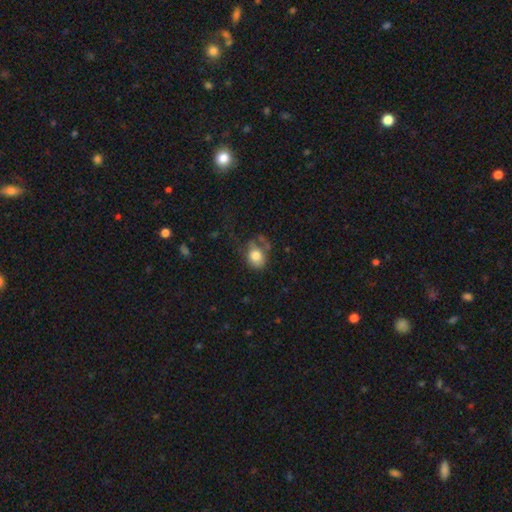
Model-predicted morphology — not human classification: Q: Smooth or featured?
A: smooth (76%); runner-up: featured or disk (15%)
Q: How rounded?
A: in between (54%); runner-up: round (45%)
Q: Merging?
A: none (37%); runner-up: minor disturbance (28%)